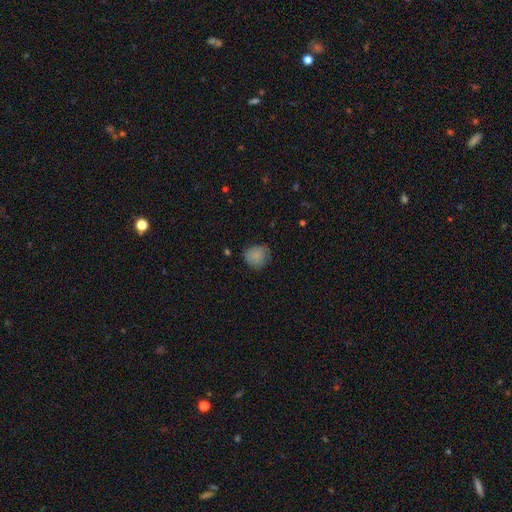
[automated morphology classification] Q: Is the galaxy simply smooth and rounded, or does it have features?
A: smooth — 83%.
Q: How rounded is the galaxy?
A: round — 81%.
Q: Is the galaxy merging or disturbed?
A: none — 71%.